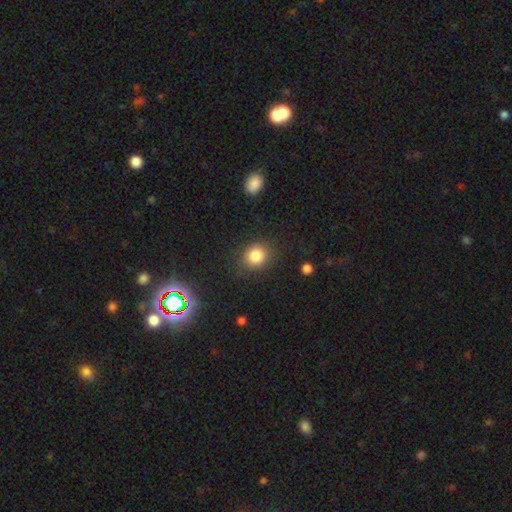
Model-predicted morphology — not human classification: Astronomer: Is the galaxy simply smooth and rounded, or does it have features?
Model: smooth — 84%.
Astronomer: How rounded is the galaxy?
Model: round — 70%.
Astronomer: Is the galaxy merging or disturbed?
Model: none — 83%.